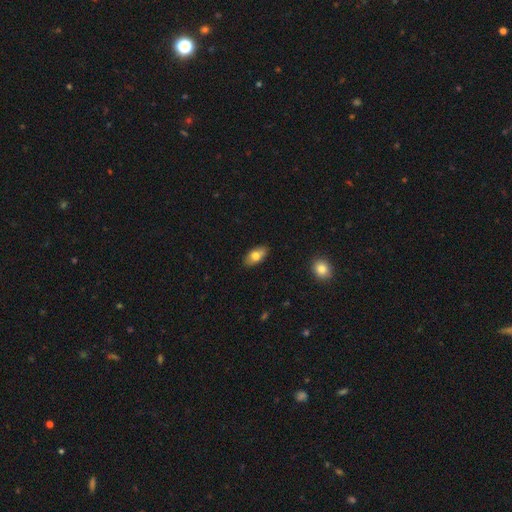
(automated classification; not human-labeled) A smooth galaxy with no disk features (75%) that is in between round and cigar-shaped (90%). Merging: none (85%).